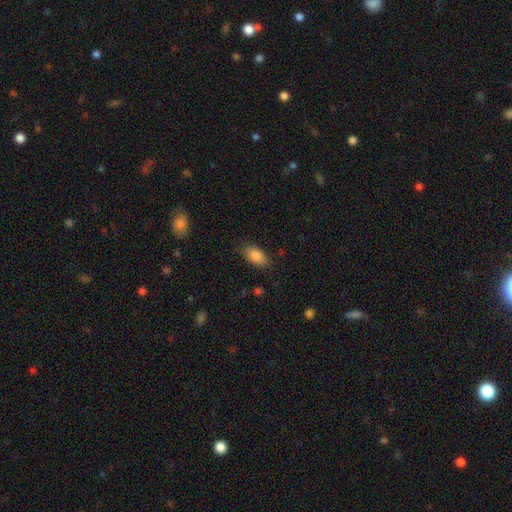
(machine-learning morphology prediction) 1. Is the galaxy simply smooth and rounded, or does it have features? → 86% smooth, 8% star or artifact, 6% featured or disk.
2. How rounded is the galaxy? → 90% in between, 5% cigar-shaped, 5% round.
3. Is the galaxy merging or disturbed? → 82% none, 13% minor disturbance, 3% major disturbance, 1% merger.